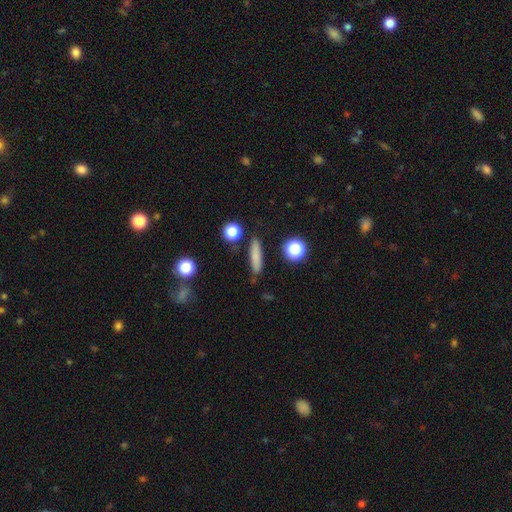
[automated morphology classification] type=smooth (77%); roundness=cigar-shaped (79%); merging=none (85%).